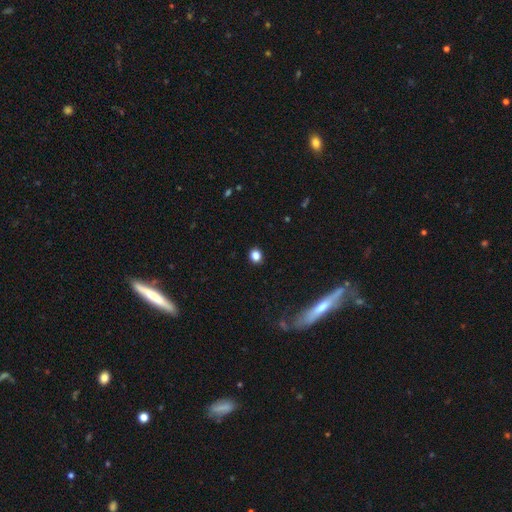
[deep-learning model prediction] Overall: smooth (84%). How rounded: round (68%; in between 30%). Merging: none (90%).